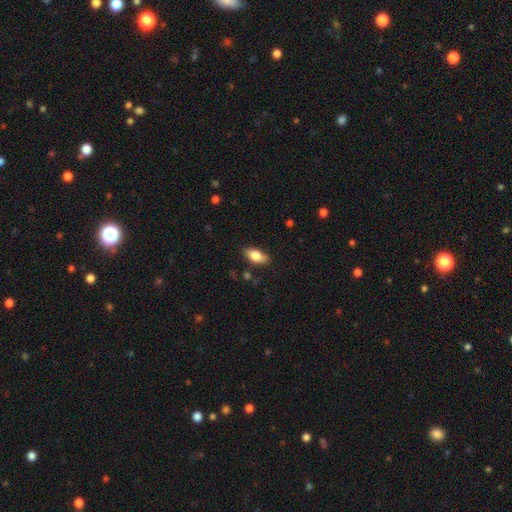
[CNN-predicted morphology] Q: Smooth or featured?
A: smooth (80%); runner-up: featured or disk (14%)
Q: How rounded?
A: in between (89%); runner-up: cigar-shaped (7%)
Q: Merging?
A: none (80%); runner-up: minor disturbance (15%)